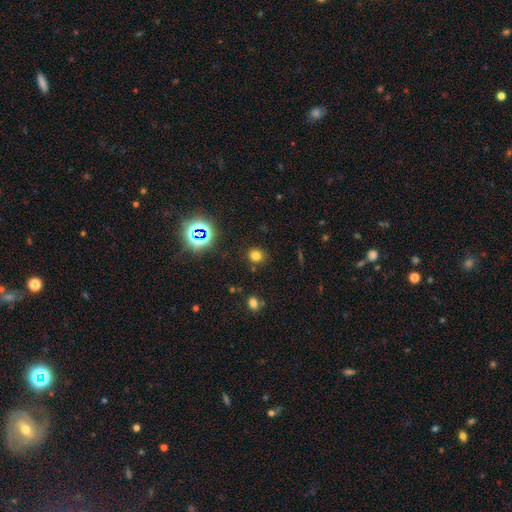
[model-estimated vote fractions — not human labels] A smooth galaxy with no disk features (72%) that is round (80%). Merging: none (86%).